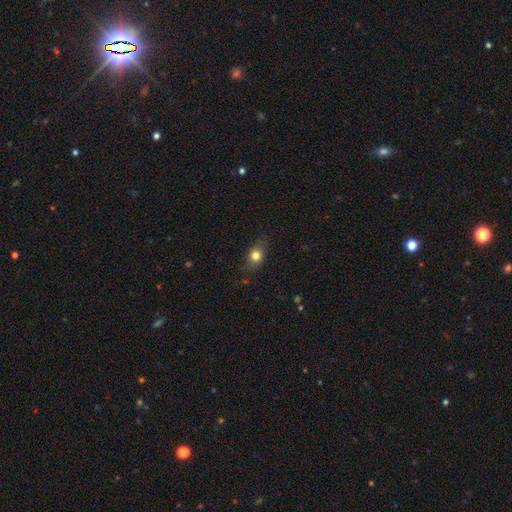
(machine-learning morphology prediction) Smooth or featured? Predicted: smooth (p=0.76). How rounded? Predicted: in between (p=0.54). Merging? Predicted: none (p=0.76).